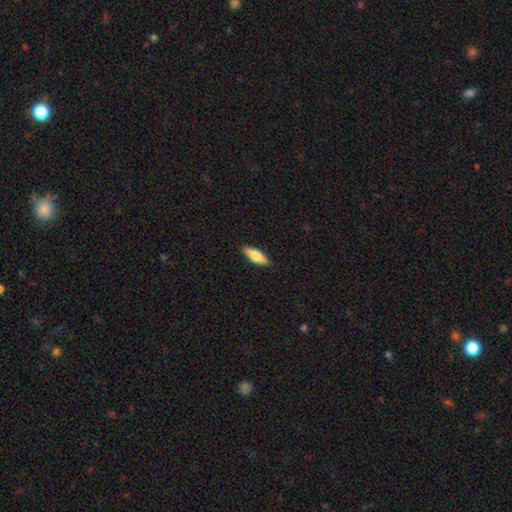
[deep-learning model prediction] This appears to be a smooth galaxy with no disk features (75%) that is in between round and cigar-shaped (58%). Merging: none (89%).